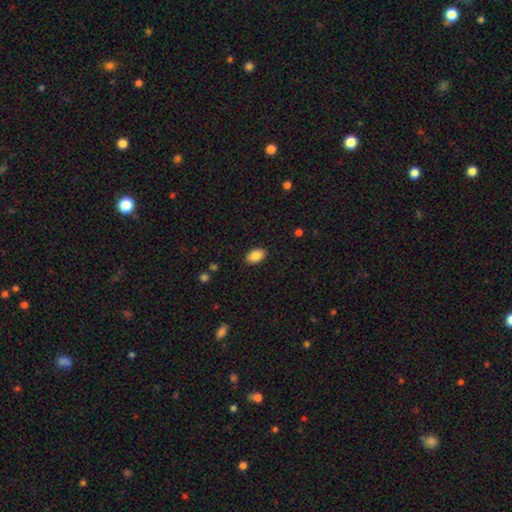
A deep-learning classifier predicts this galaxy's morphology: Smooth or featured: smooth — 86% (star or artifact — 8%)
How rounded: in between — 89% (round — 10%)
Merging: none — 87% (minor disturbance — 9%)